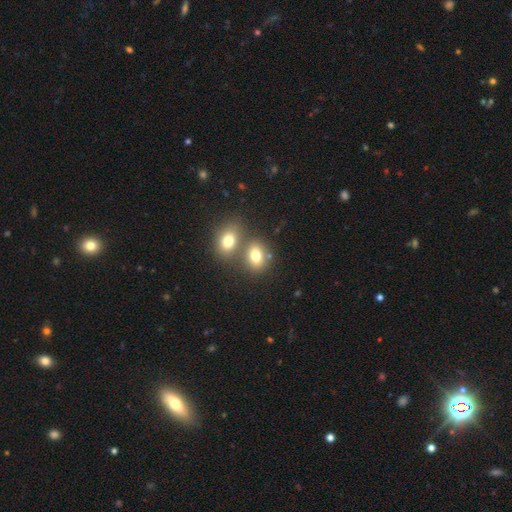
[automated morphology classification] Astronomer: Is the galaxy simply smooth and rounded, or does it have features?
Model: smooth — 76%.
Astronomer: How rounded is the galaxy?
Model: in between — 63%.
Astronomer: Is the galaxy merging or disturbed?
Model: none — 46% (runner-up: merger, 42%).